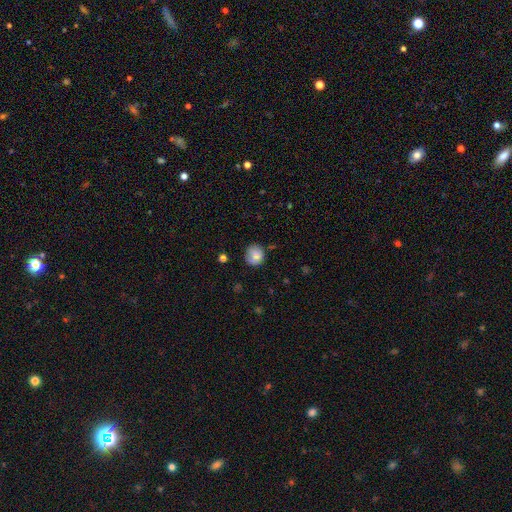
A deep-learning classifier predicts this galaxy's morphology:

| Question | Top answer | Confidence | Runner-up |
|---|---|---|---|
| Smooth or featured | smooth | 81% | featured or disk (10%) |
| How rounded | round | 82% | in between (17%) |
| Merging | none | 69% | minor disturbance (23%) |